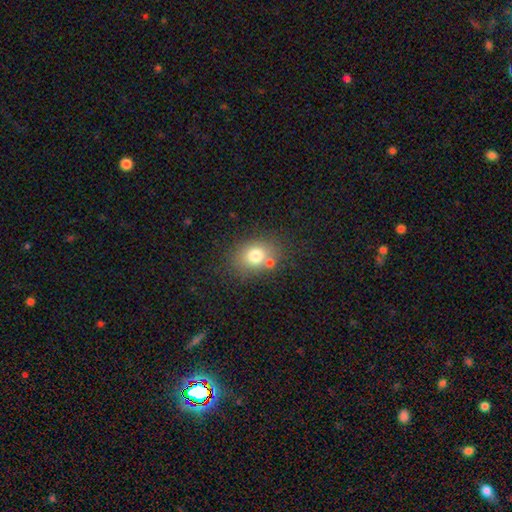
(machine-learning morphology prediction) Smooth or featured: smooth — 75% (featured or disk — 13%)
How rounded: in between — 54% (round — 45%)
Merging: none — 65% (merger — 17%)